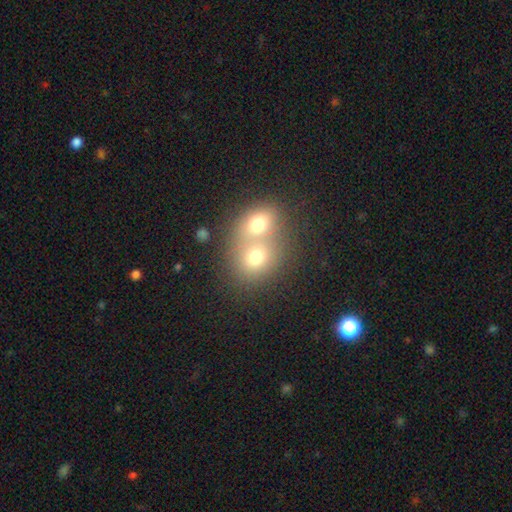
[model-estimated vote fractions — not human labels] Smooth or featured? smooth (72%)
How rounded? round (65%)
Merging? merger (66%)